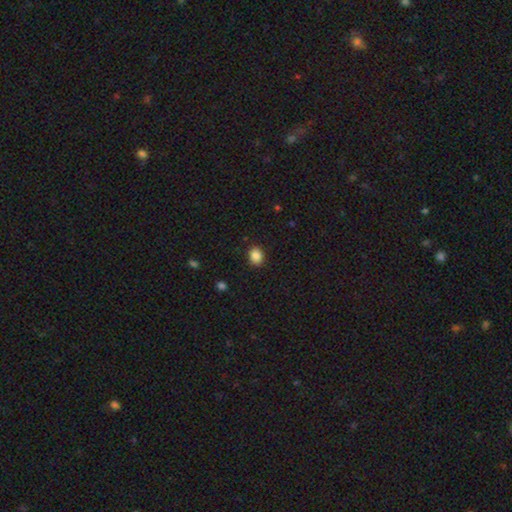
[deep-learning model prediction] Smooth or featured?
  - smooth: 87% *
  - star or artifact: 9%
  - featured or disk: 4%
How rounded?
  - round: 51% *
  - in between: 49%
  - cigar-shaped: 1%
Merging?
  - none: 89% *
  - minor disturbance: 8%
  - major disturbance: 2%
  - merger: 1%